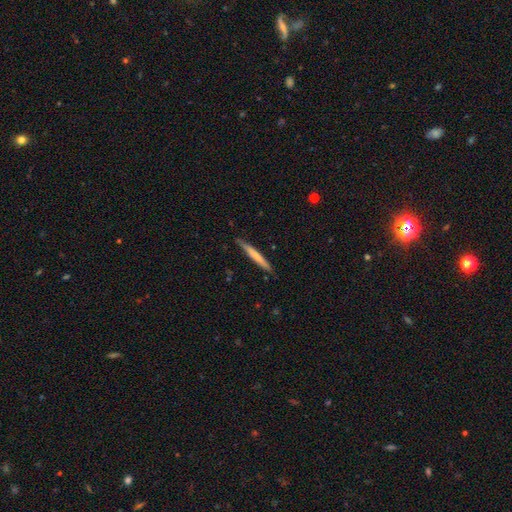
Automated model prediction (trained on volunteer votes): A smooth galaxy with no disk features (62%) that is cigar-shaped (96%). Merging: none (86%).